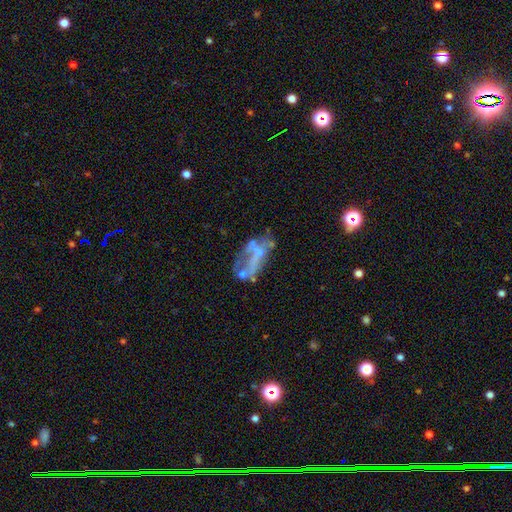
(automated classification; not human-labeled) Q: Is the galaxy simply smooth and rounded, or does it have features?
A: featured or disk — 61%.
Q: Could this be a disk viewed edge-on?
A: no — 94%.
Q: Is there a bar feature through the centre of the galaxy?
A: no — 80%.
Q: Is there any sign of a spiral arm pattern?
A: no — 86%.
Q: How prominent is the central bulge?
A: none — 63%.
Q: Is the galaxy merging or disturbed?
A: none — 32%, tied with major disturbance.